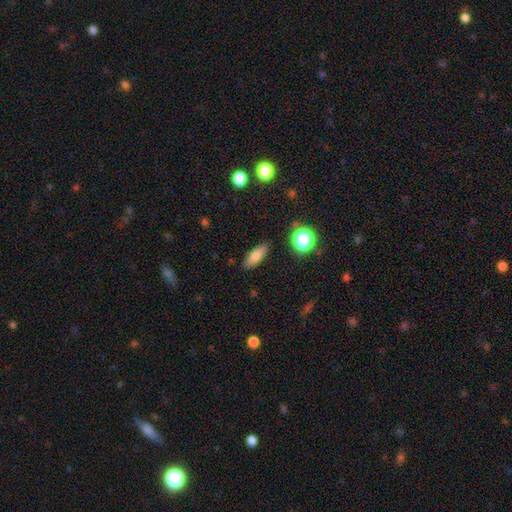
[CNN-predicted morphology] Q: Smooth or featured?
A: smooth (76%); runner-up: featured or disk (13%)
Q: How rounded?
A: in between (65%); runner-up: cigar-shaped (28%)
Q: Merging?
A: none (87%); runner-up: minor disturbance (9%)